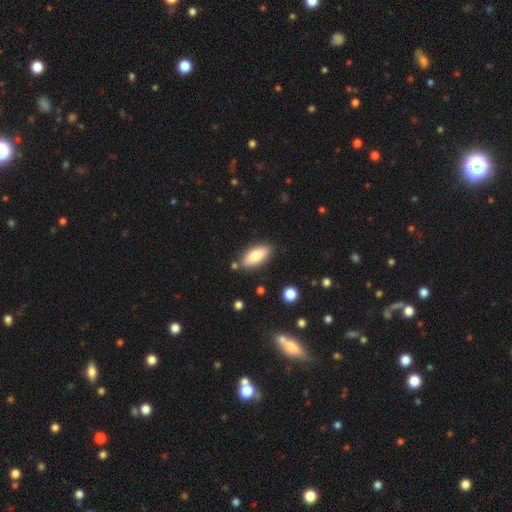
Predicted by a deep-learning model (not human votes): Morphology: type=smooth (80%); roundness=in between (81%); merging=none (83%).